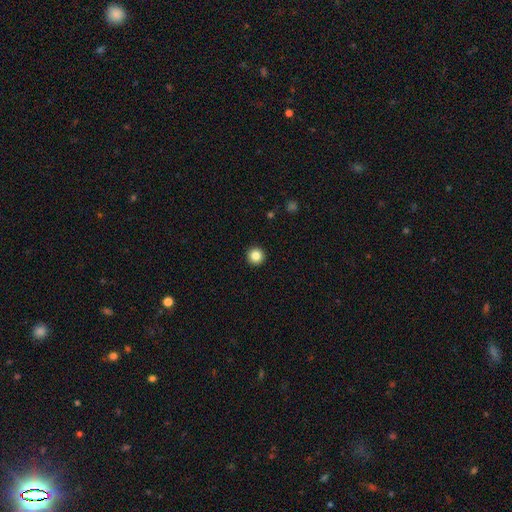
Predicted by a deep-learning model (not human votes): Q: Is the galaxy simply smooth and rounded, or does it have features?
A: smooth — 85%.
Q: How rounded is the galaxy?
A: round — 96%.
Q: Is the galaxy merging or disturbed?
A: none — 94%.